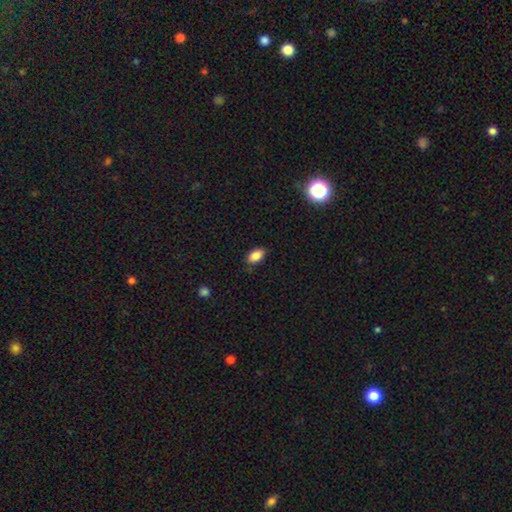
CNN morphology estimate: A smooth galaxy with no disk features (87%) that is in between round and cigar-shaped (91%).

Vote fractions:
- Smooth or featured? smooth: 87% / star or artifact: 9% / featured or disk: 4%
- How rounded? in between: 91% / round: 7% / cigar-shaped: 2%
- Merging? none: 80% / minor disturbance: 16% / major disturbance: 3% / merger: 1%